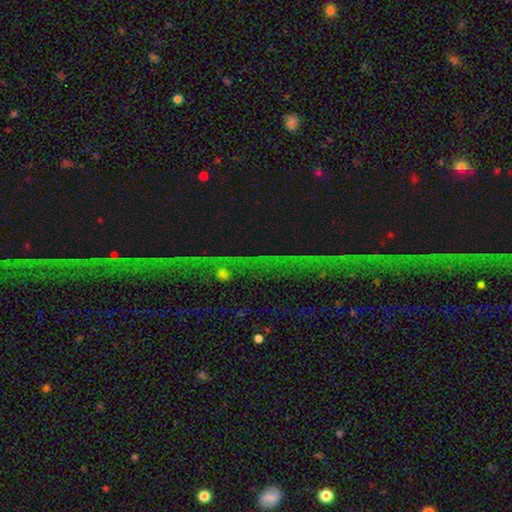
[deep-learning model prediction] This is likely a star or artifact rather than a galaxy (73%).